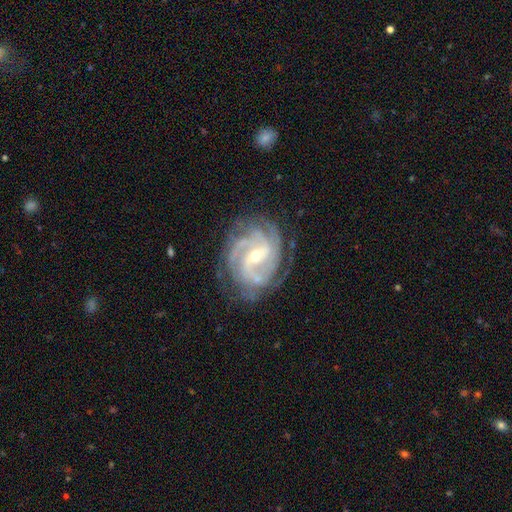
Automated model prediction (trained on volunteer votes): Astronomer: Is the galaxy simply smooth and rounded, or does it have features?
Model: featured or disk — 91%.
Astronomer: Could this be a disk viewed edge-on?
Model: no — 98%.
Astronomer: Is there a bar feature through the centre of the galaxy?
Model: weak — 47% (runner-up: strong, 29%).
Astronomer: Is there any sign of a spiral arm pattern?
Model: yes — 98%.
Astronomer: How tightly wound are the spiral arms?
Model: tight — 55% (runner-up: medium, 38%).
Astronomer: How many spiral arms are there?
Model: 3 — 31% (runner-up: 2, 21%).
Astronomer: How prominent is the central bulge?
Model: small — 59% (runner-up: moderate, 39%).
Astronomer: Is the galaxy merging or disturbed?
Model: none — 74%.